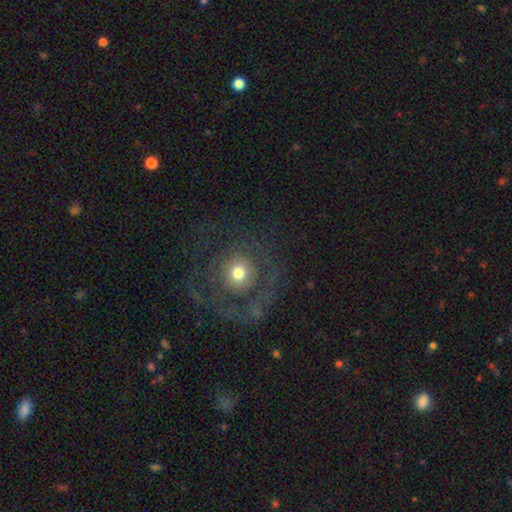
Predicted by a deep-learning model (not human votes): This is possibly a featured or disk galaxy (54%). It is clearly not viewed edge-on (96%). Bar: clearly no (87%). Spiral arm pattern: possibly no (59%). Central bulge: likely moderate (63%). Merging: likely none (72%).